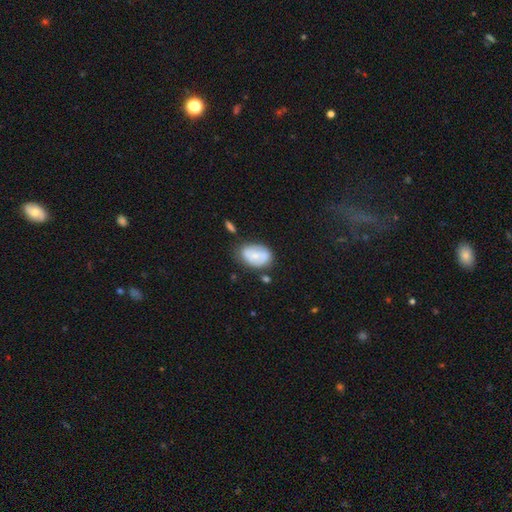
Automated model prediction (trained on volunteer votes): Smooth or featured? Predicted: smooth (p=0.56). How rounded? Predicted: in between (p=0.80). Merging? Predicted: none (p=0.57).